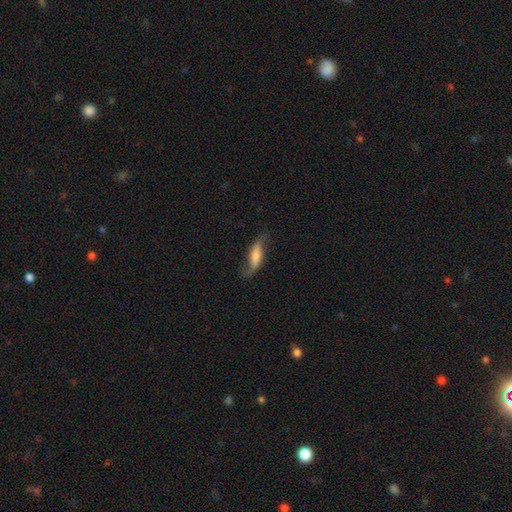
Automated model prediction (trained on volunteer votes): This is likely a featured or disk galaxy (62%). It is likely not viewed edge-on (77%). Merging: likely none (67%).